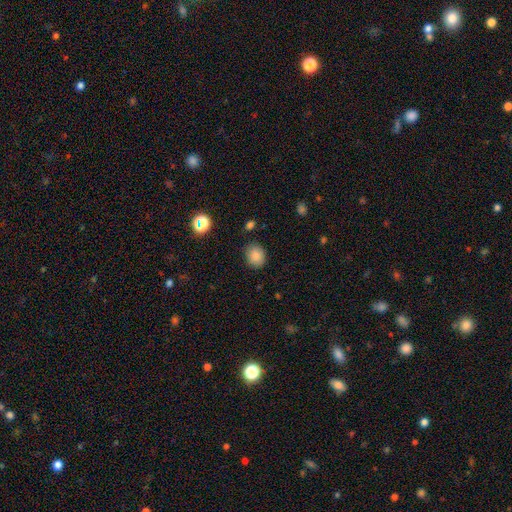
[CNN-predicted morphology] The model was most divided on "how rounded": round: 50%, in between: 49%, cigar-shaped: 1%. More confident: smooth or featured — smooth (85%); merging — none (82%).